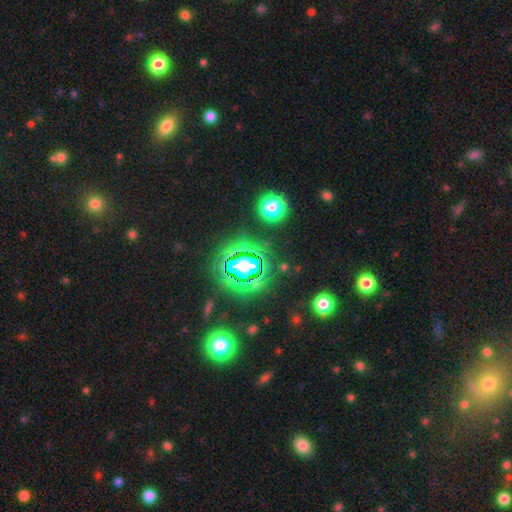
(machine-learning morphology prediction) A star or artifact, not a galaxy (80%).